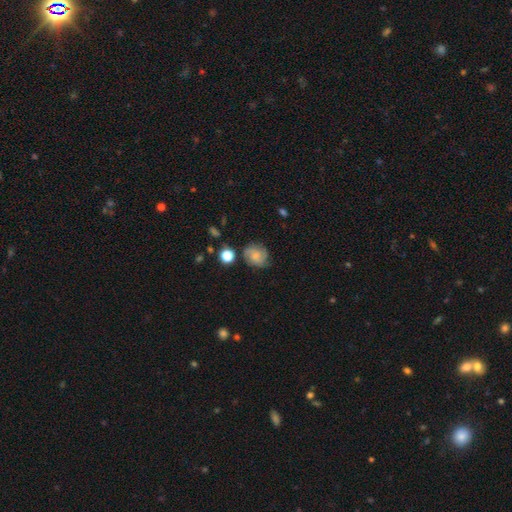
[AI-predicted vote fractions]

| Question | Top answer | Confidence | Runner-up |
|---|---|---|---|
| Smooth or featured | smooth | 51% | featured or disk (38%) |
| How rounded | round | 65% | in between (33%) |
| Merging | none | 69% | minor disturbance (21%) |